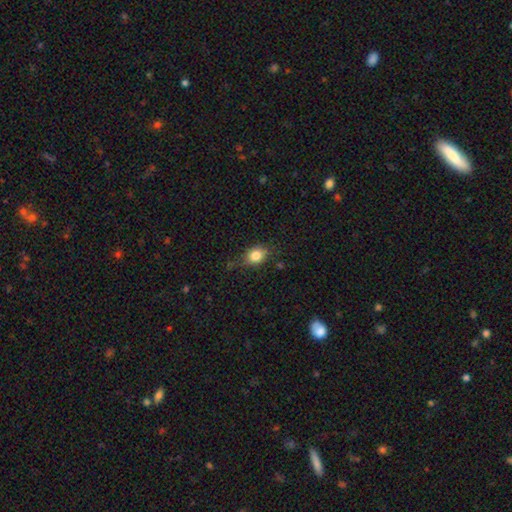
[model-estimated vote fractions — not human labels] A smooth galaxy with no disk features (81%) that is in between round and cigar-shaped (58%).

Vote fractions:
- Smooth or featured? smooth: 81% / star or artifact: 10% / featured or disk: 10%
- How rounded? in between: 58% / round: 40% / cigar-shaped: 2%
- Merging? none: 70% / minor disturbance: 22% / major disturbance: 6% / merger: 2%